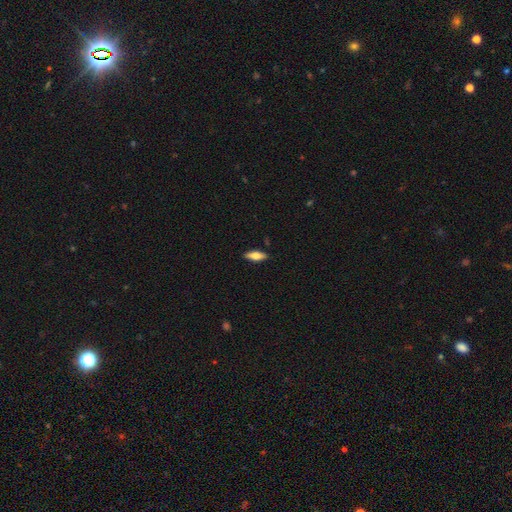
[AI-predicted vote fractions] Smooth or featured? Predicted: smooth (p=0.61). How rounded? Predicted: in between (p=0.63). Merging? Predicted: none (p=0.88).